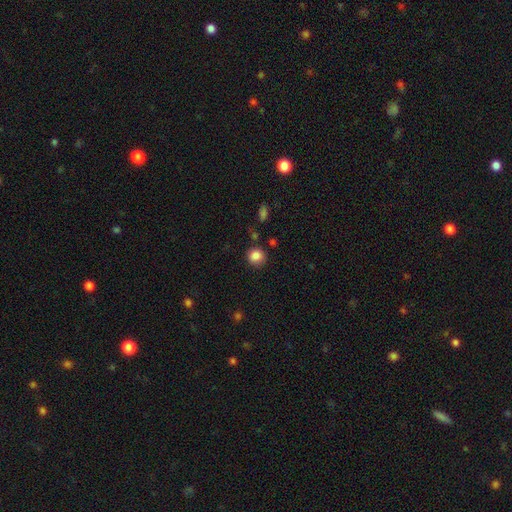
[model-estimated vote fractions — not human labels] This appears to be a smooth galaxy with no disk features (86%) that is round (88%). Merging: none (83%).